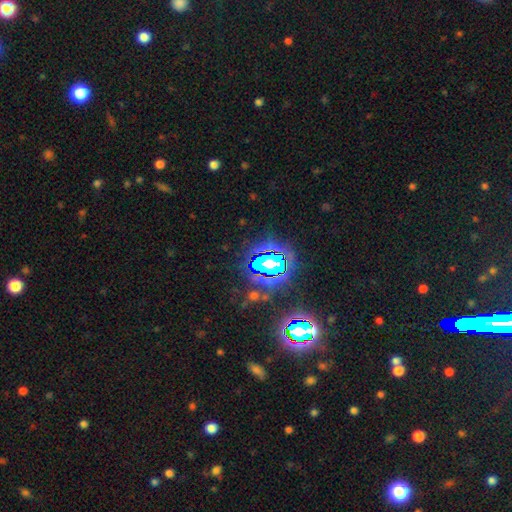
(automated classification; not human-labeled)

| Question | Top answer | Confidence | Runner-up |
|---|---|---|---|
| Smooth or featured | star or artifact | 81% | smooth (11%) |